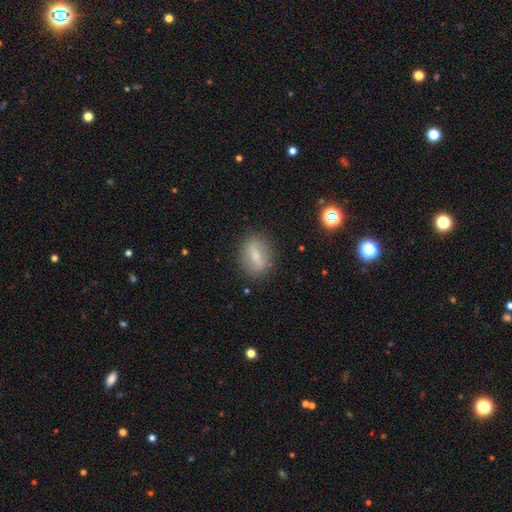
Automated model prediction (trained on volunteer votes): Smooth or featured? smooth (56%)
How rounded? in between (65%)
Merging? none (84%)